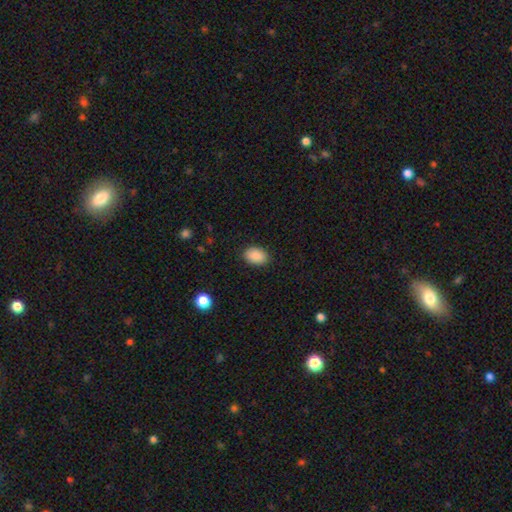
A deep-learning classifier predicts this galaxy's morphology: Q: Smooth or featured?
A: smooth (88%); runner-up: star or artifact (8%)
Q: How rounded?
A: in between (81%); runner-up: round (18%)
Q: Merging?
A: none (88%); runner-up: minor disturbance (9%)